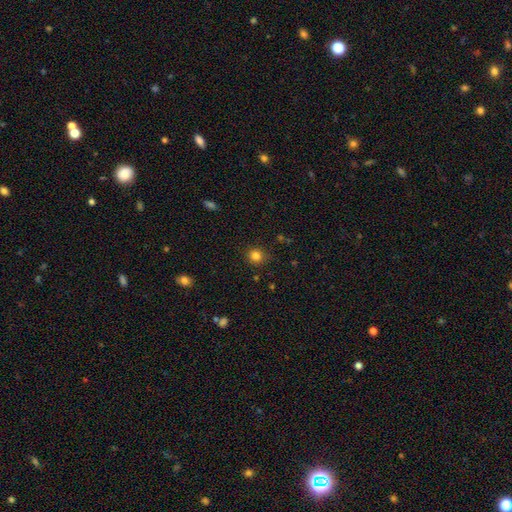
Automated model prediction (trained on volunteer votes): Morphology: type=smooth (82%); roundness=round (91%); merging=none (87%).